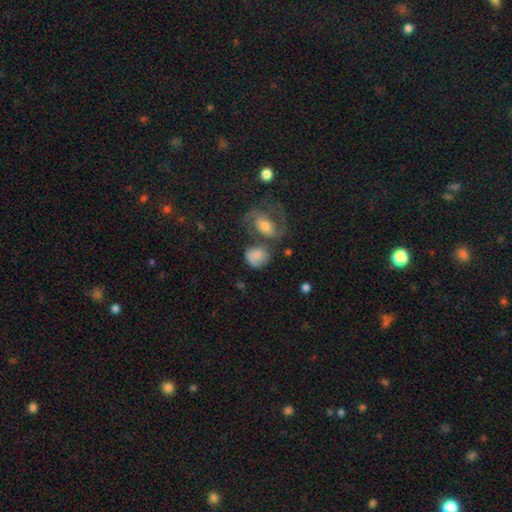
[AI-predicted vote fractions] The model was most divided on "merging": none: 42%, merger: 26%, minor disturbance: 18%, major disturbance: 13%. More confident: smooth or featured — smooth (68%); how rounded — round (61%).